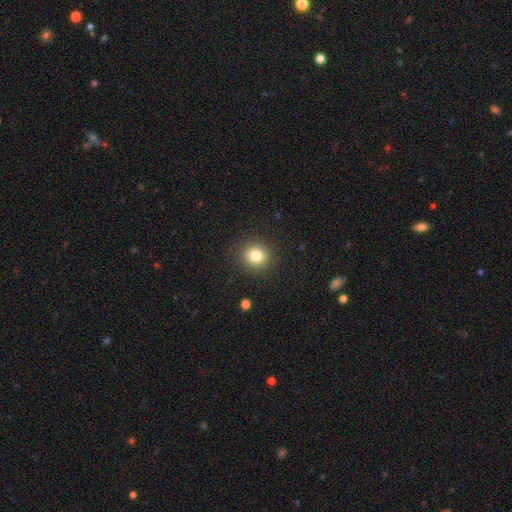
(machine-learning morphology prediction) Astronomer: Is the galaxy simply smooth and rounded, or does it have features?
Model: smooth — 81%.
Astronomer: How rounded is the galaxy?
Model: round — 90%.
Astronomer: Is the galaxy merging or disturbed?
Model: none — 90%.